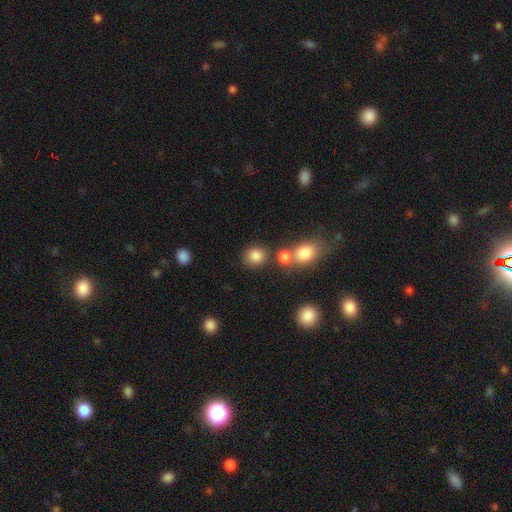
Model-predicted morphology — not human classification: Q: Smooth or featured?
A: smooth (83%); runner-up: star or artifact (11%)
Q: How rounded?
A: round (79%); runner-up: in between (20%)
Q: Merging?
A: none (70%); runner-up: merger (15%)